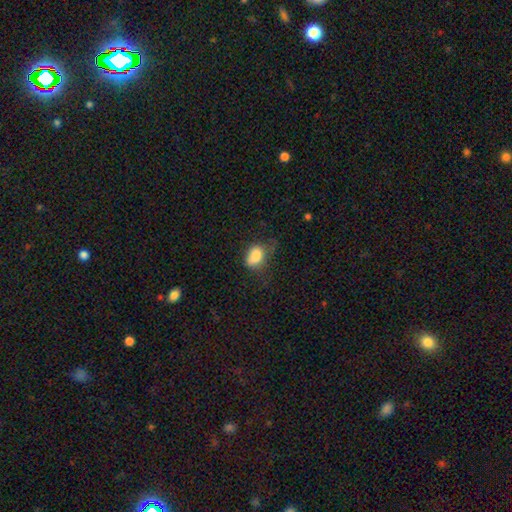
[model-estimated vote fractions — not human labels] Q: Smooth or featured?
A: smooth (84%); runner-up: star or artifact (9%)
Q: How rounded?
A: in between (78%); runner-up: round (21%)
Q: Merging?
A: none (44%); runner-up: minor disturbance (35%)